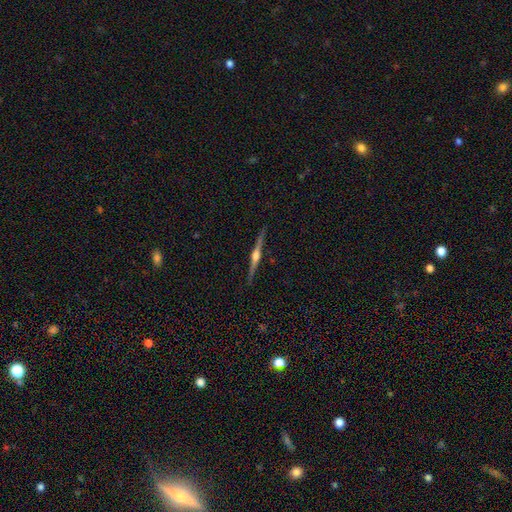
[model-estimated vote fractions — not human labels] smooth-or-featured: featured or disk: 82% | smooth: 12% | star or artifact: 5%
  disk-edge-on: yes: 99% | no: 1%
    edge-on-bulge: rounded: 92% | boxy: 5% | none: 3%
  merging: none: 91% | minor disturbance: 7% | major disturbance: 1% | merger: 1%